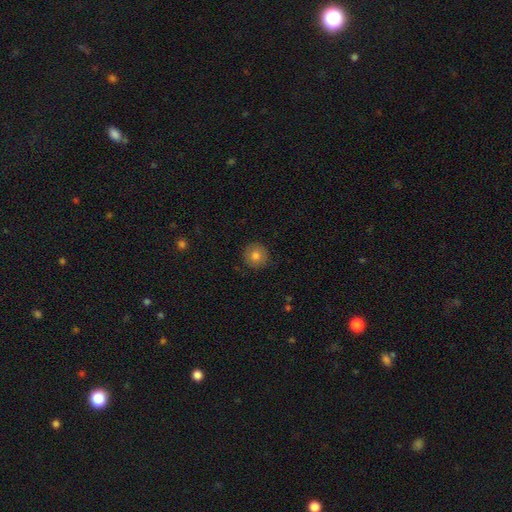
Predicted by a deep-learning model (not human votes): A smooth galaxy with no disk features (79%) that is round (94%).

Vote fractions:
- Smooth or featured? smooth: 79% / featured or disk: 12% / star or artifact: 9%
- How rounded? round: 94% / in between: 5% / cigar-shaped: 1%
- Merging? none: 90% / minor disturbance: 7% / major disturbance: 2% / merger: 1%